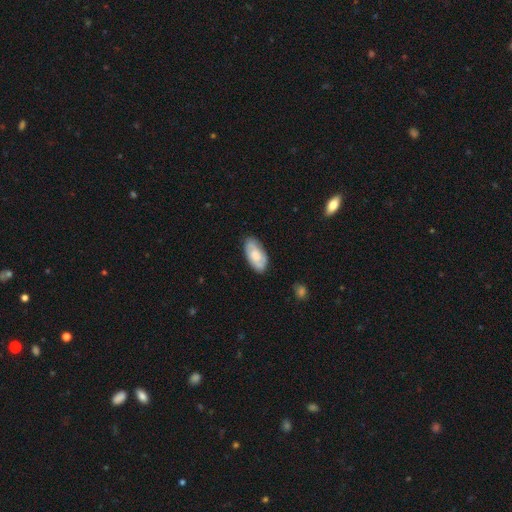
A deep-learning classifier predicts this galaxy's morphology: Smooth or featured? Predicted: smooth (p=0.51). How rounded? Predicted: in between (p=0.93). Merging? Predicted: none (p=0.78).